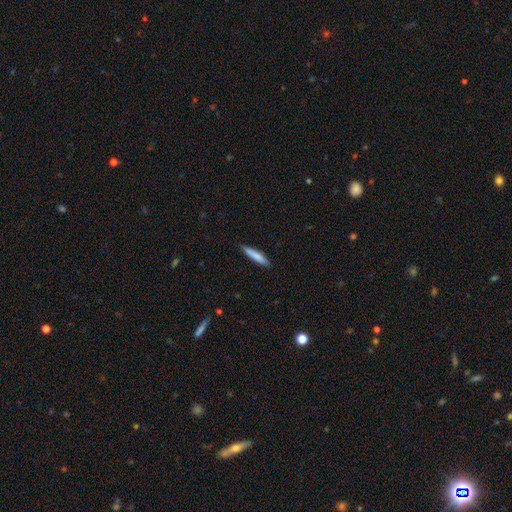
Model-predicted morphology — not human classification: Smooth or featured?
  - smooth: 80% *
  - featured or disk: 15%
  - star or artifact: 6%
How rounded?
  - cigar-shaped: 89% *
  - in between: 10%
  - round: 1%
Merging?
  - none: 83% *
  - minor disturbance: 13%
  - major disturbance: 2%
  - merger: 1%